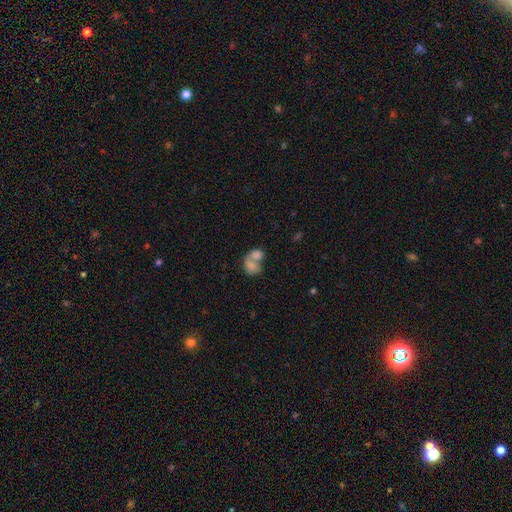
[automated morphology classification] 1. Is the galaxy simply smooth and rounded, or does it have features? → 74% smooth, 18% featured or disk, 8% star or artifact.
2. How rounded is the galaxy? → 65% in between, 34% round, 1% cigar-shaped.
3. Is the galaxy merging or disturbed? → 72% merger, 16% none, 6% minor disturbance, 6% major disturbance.